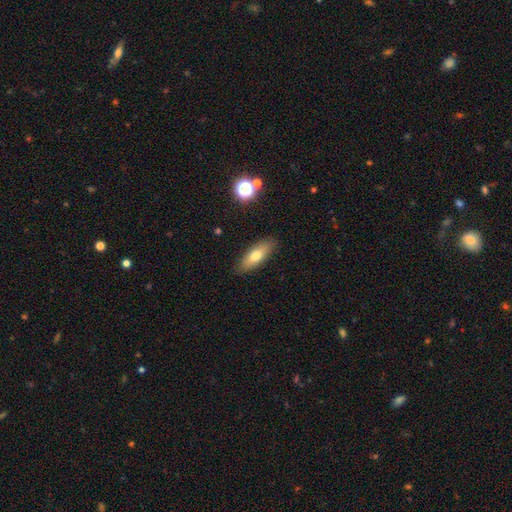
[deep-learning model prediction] Smooth or featured: smooth — 69% (featured or disk — 23%)
How rounded: in between — 63% (cigar-shaped — 34%)
Merging: none — 87% (minor disturbance — 9%)